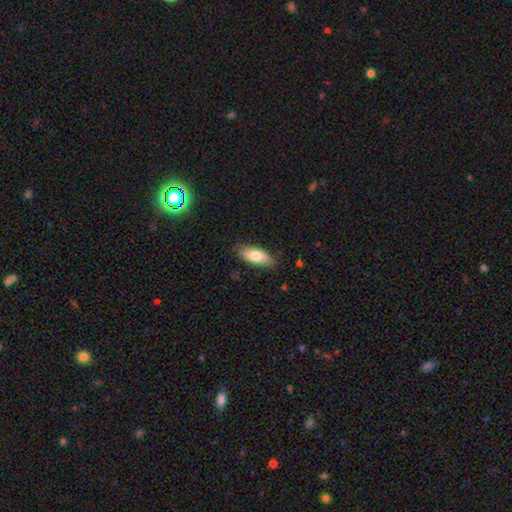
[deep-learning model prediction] Smooth or featured? smooth (74%)
How rounded? in between (82%)
Merging? none (83%)